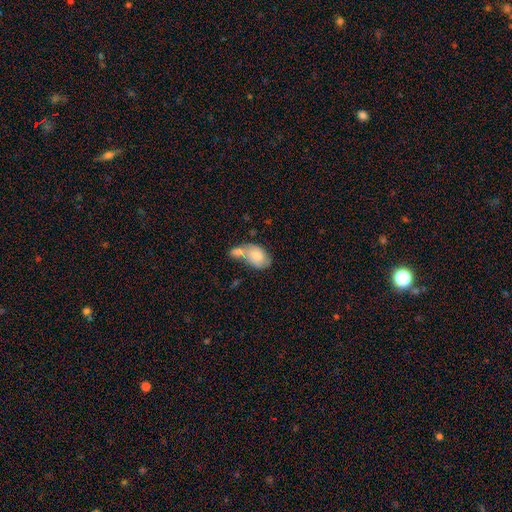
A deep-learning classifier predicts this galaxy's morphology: smooth 68%, featured or disk 25%, star or artifact 6%. Down the decision tree: how rounded — in between (88%); merging — merger (59%).